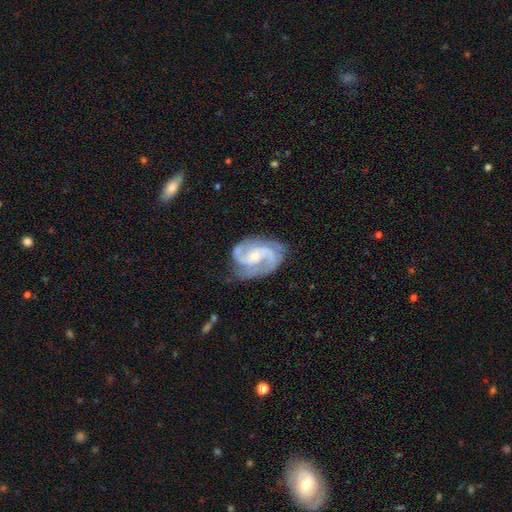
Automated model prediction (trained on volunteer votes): A featured or disk galaxy (92%) with no bar (49%), 2 (75%) medium (58%) spiral arms (98%) and a small central bulge (65%). Merging: none (73%).